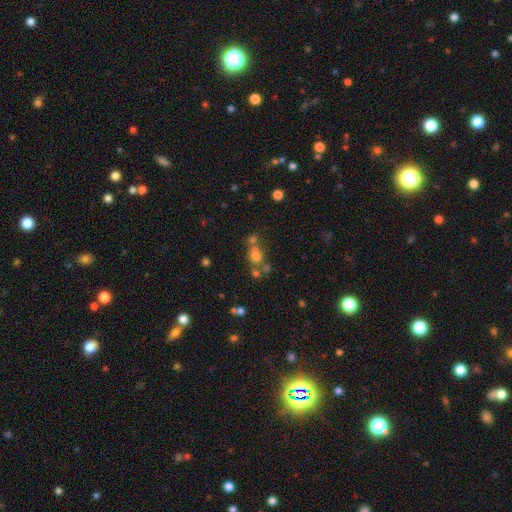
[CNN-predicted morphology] This appears to be a smooth galaxy with no disk features (62%) that is round (76%). Merging: none (46%).